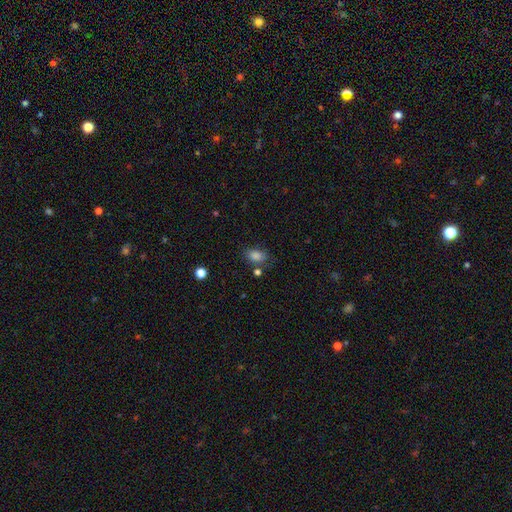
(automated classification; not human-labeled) Morphology: type=smooth (83%); roundness=in between (82%); merging=none (69%).